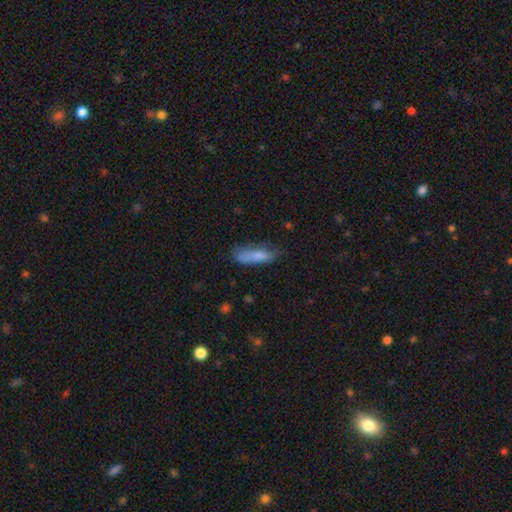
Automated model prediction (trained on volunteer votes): A smooth galaxy with no disk features (78%) that is cigar-shaped (54%). Merging: none (56%).